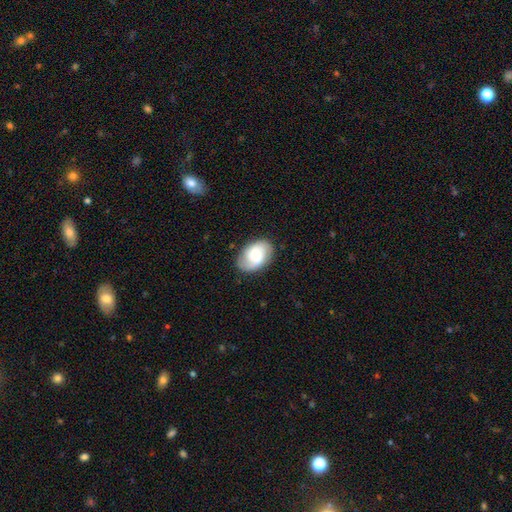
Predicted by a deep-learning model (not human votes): smooth_or_featured: smooth (p=0.51) [alt: featured or disk p=0.41]
how_rounded: in between (p=0.84) [alt: round p=0.15]
merging: none (p=0.78) [alt: minor disturbance p=0.16]